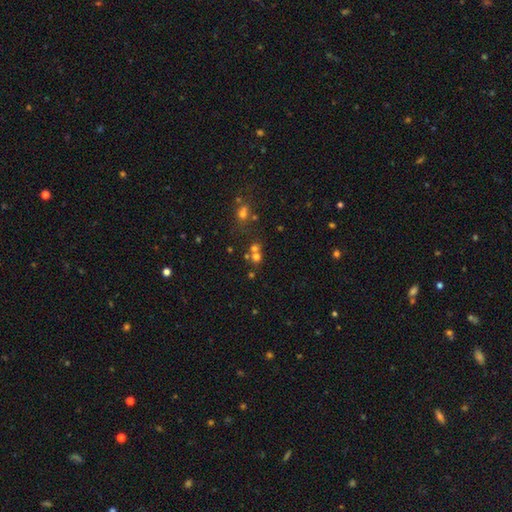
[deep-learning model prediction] The model was most divided on "merging": none: 47%, merger: 42%, minor disturbance: 7%, major disturbance: 4%. More confident: how rounded — round (84%); smooth or featured — smooth (60%).